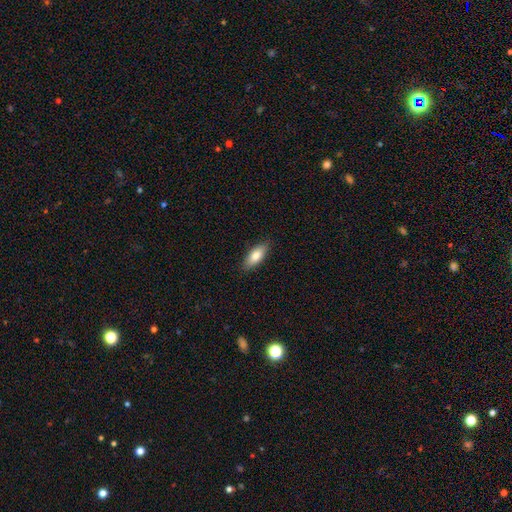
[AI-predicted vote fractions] smooth_or_featured: smooth (p=0.80) [alt: featured or disk p=0.14]
how_rounded: in between (p=0.79) [alt: cigar-shaped p=0.19]
merging: none (p=0.87) [alt: minor disturbance p=0.10]